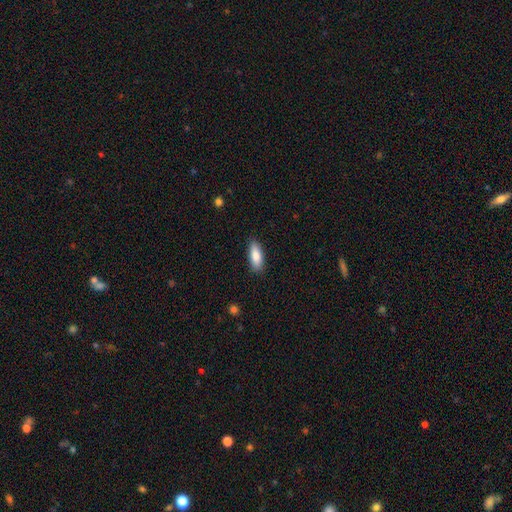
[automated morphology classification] Smooth or featured? smooth (84%)
How rounded? in between (66%)
Merging? none (87%)